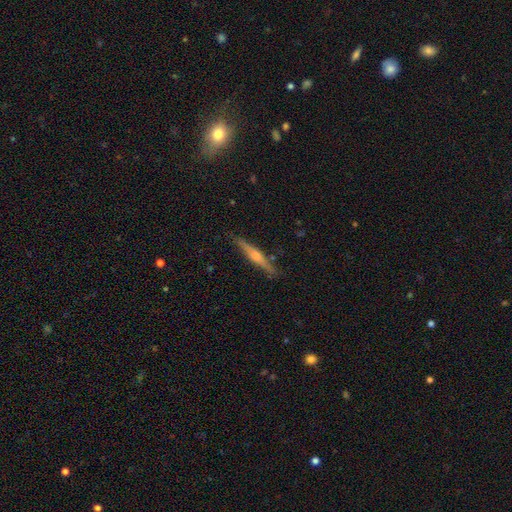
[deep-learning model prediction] Smooth or featured? featured or disk (65%)
Edge-on disk? yes (97%)
Edge-on bulge? rounded (79%)
Merging? none (86%)